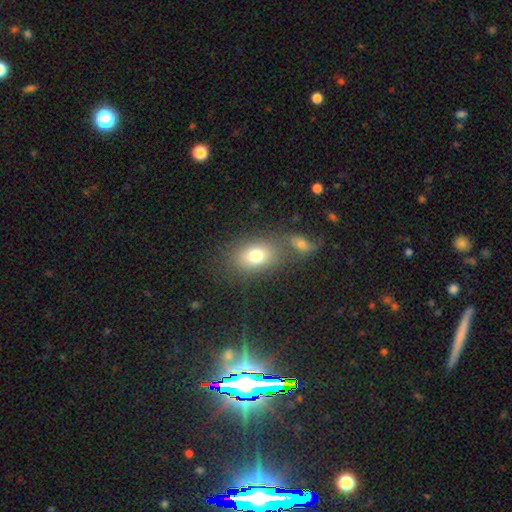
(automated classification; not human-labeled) This appears to be a smooth galaxy with no disk features (75%) that is in between round and cigar-shaped (75%). Merging: none (61%).